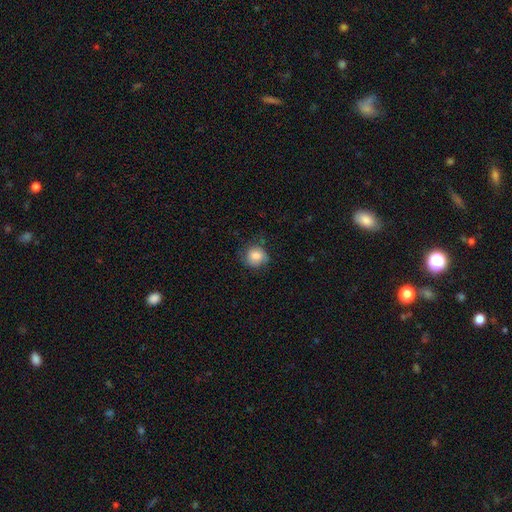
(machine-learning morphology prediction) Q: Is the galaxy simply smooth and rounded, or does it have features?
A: smooth — 76%.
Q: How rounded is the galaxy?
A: round — 78%.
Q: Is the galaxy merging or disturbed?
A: none — 63%.